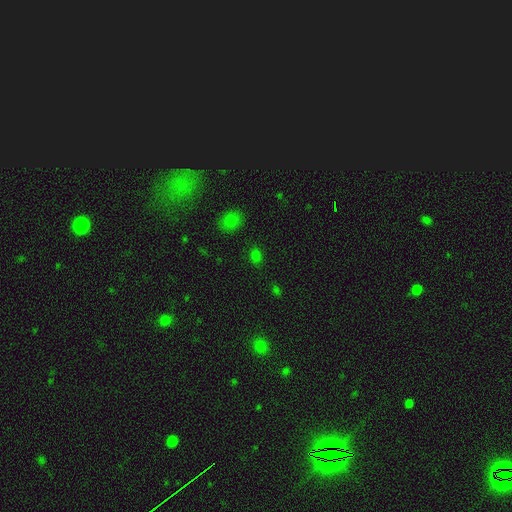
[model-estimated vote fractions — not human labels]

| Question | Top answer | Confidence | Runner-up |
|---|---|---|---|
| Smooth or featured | smooth | 71% | star or artifact (24%) |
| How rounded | in between | 58% | round (40%) |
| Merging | none | 83% | minor disturbance (10%) |